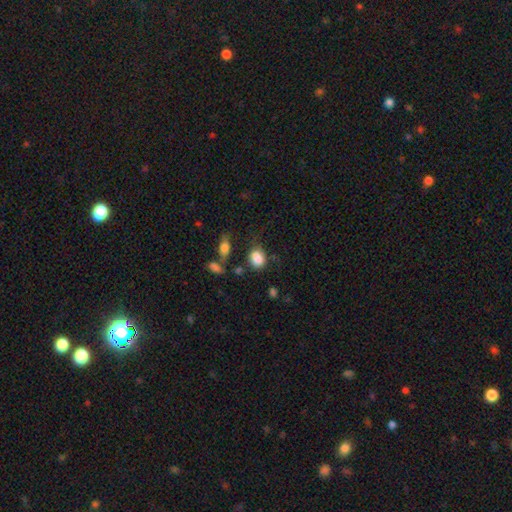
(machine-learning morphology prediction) Smooth or featured? smooth (84%)
How rounded? in between (61%)
Merging? none (57%)